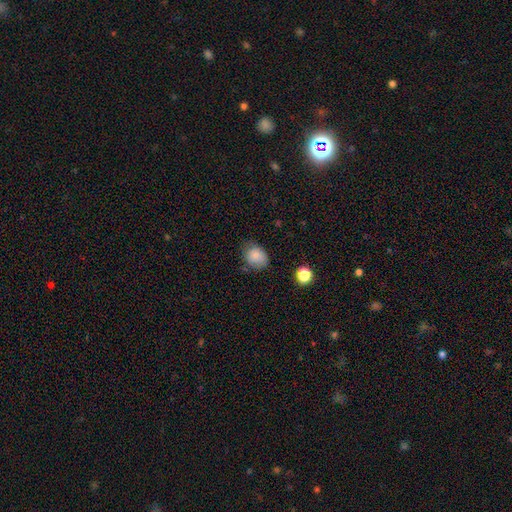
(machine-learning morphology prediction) Q: Smooth or featured?
A: smooth (84%); runner-up: star or artifact (9%)
Q: How rounded?
A: in between (50%); runner-up: round (49%)
Q: Merging?
A: none (64%); runner-up: minor disturbance (27%)